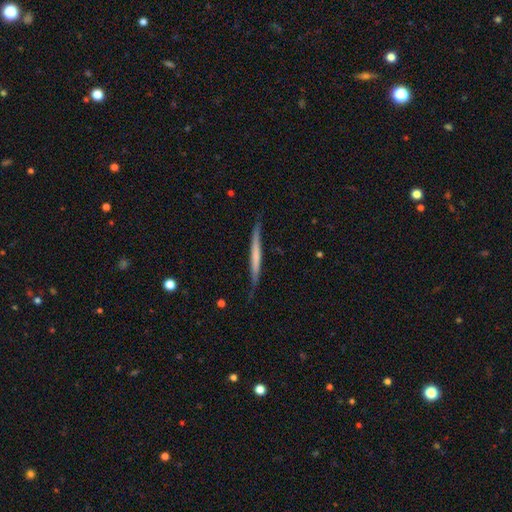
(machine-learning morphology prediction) Smooth or featured: featured or disk — 49% (smooth — 46%)
Merging: none — 78% (minor disturbance — 17%)